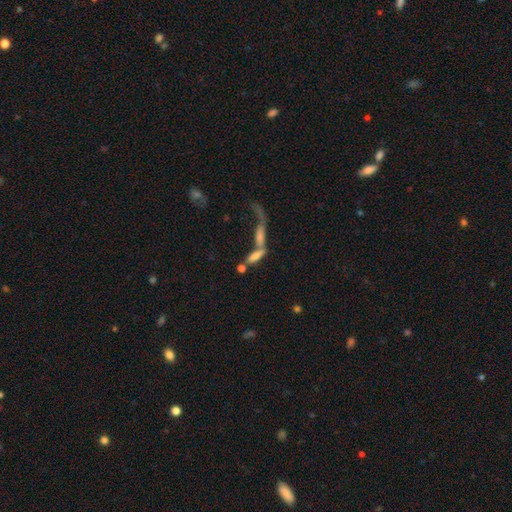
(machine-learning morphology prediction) Smooth or featured? smooth (59%)
How rounded? cigar-shaped (51%)
Merging? merger (60%)